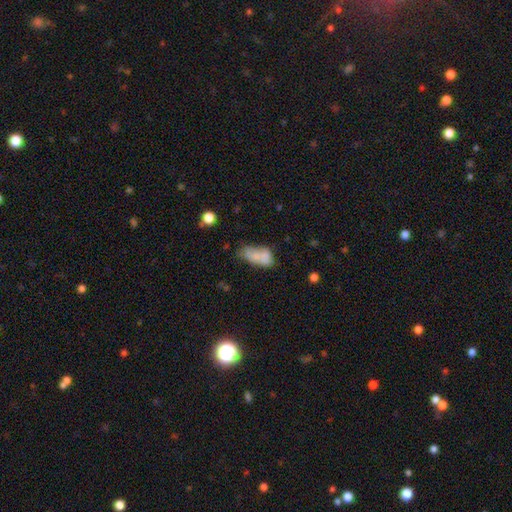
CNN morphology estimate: Smooth or featured: smooth — 68% (featured or disk — 22%)
How rounded: in between — 87% (round — 7%)
Merging: merger — 36% (none — 29%)